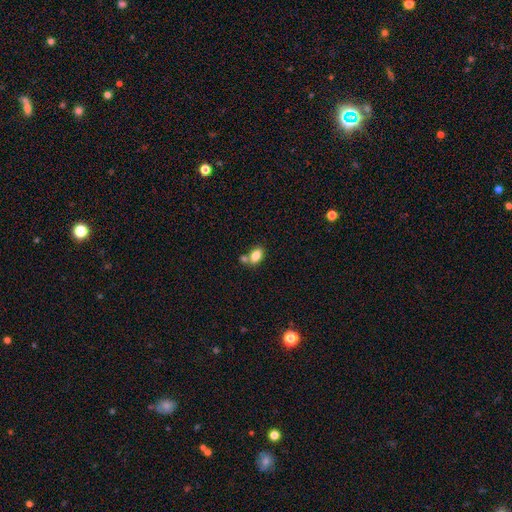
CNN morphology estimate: This appears to be a smooth galaxy with no disk features (83%) that is in between round and cigar-shaped (87%). Merging: none (54%).